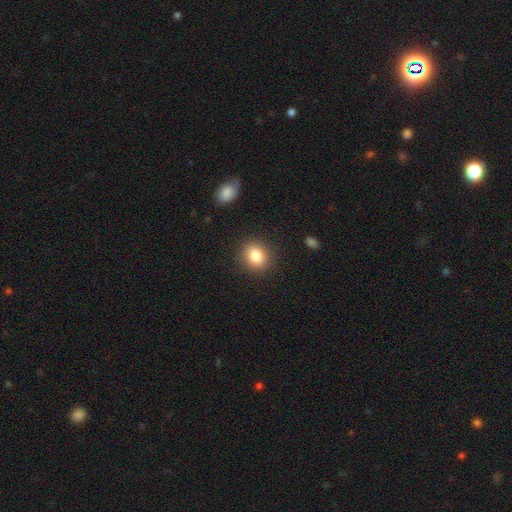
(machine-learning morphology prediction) The model was most divided on "how rounded": round: 69%, in between: 30%, cigar-shaped: 1%. More confident: merging — none (88%); smooth or featured — smooth (84%).